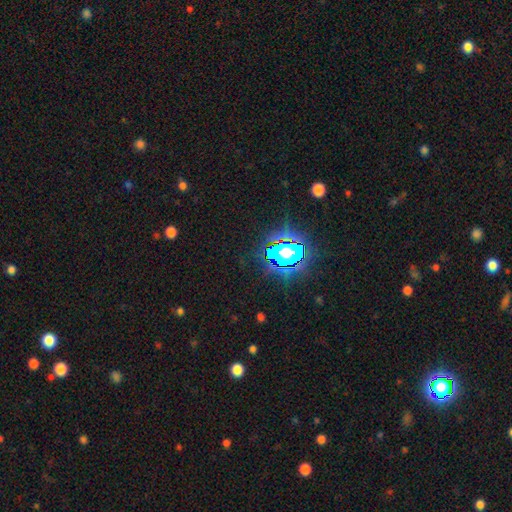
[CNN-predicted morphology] Smooth or featured?
  - star or artifact: 79% *
  - smooth: 13%
  - featured or disk: 8%